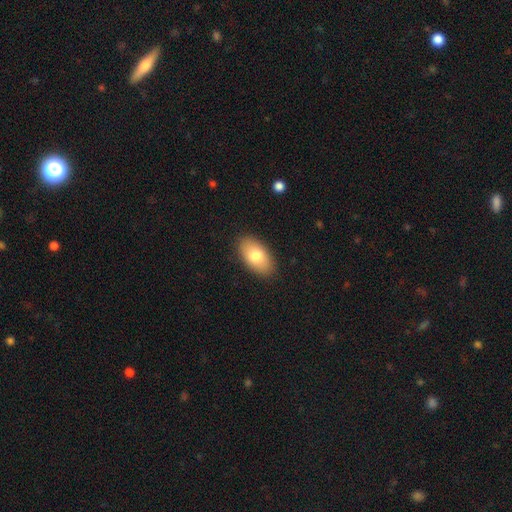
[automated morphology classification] A smooth galaxy with no disk features (76%) that is in between round and cigar-shaped (93%). Merging: none (88%).